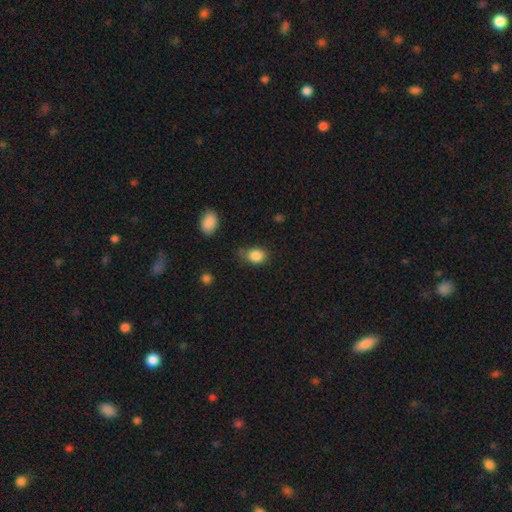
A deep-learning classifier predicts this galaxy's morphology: Smooth or featured: smooth — 86% (star or artifact — 9%)
How rounded: in between — 57% (round — 41%)
Merging: none — 59% (minor disturbance — 30%)